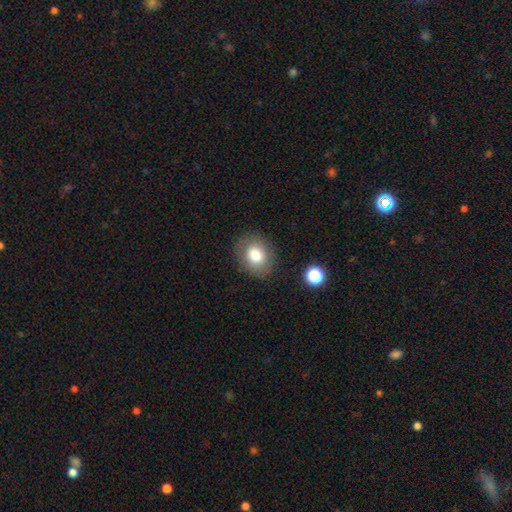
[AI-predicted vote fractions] This appears to be a smooth galaxy with no disk features (77%) that is round (56%). Merging: none (84%).